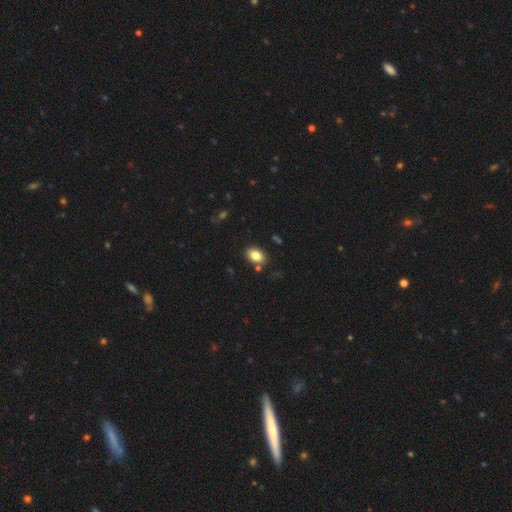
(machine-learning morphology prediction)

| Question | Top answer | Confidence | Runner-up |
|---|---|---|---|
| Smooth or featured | smooth | 83% | star or artifact (9%) |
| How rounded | in between | 84% | round (15%) |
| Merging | none | 82% | minor disturbance (11%) |